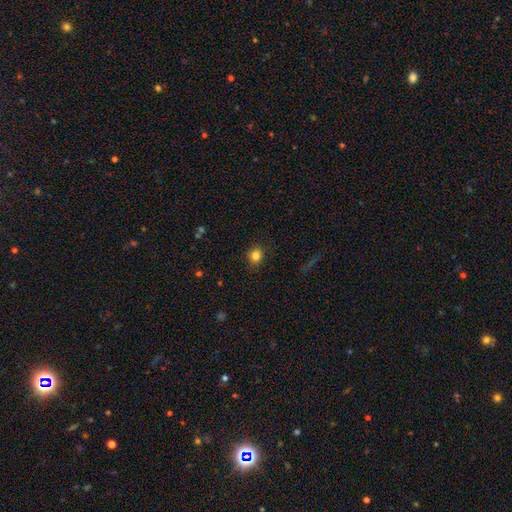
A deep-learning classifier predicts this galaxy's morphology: smooth-or-featured: smooth: 82% | star or artifact: 12% | featured or disk: 6%
  how-rounded: round: 77% | in between: 22% | cigar-shaped: 1%
  merging: none: 89% | minor disturbance: 8% | major disturbance: 2% | merger: 1%